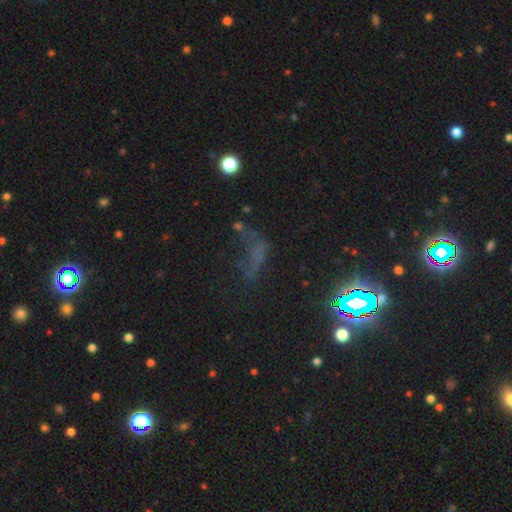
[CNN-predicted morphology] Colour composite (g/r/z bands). It shows a star or artifact, not a galaxy (51%).